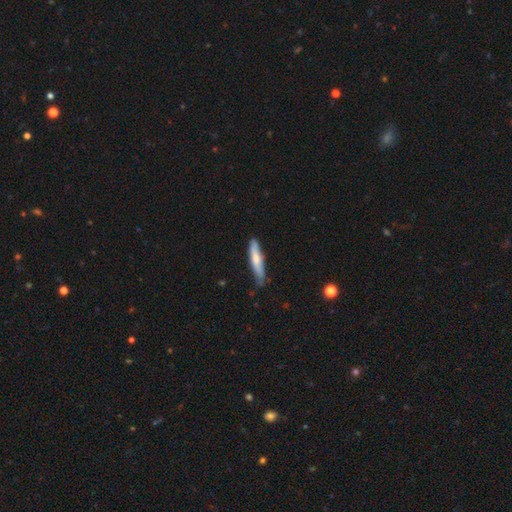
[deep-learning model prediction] This appears to be a smooth galaxy with no disk features (56%) that is cigar-shaped (88%). Merging: none (75%).